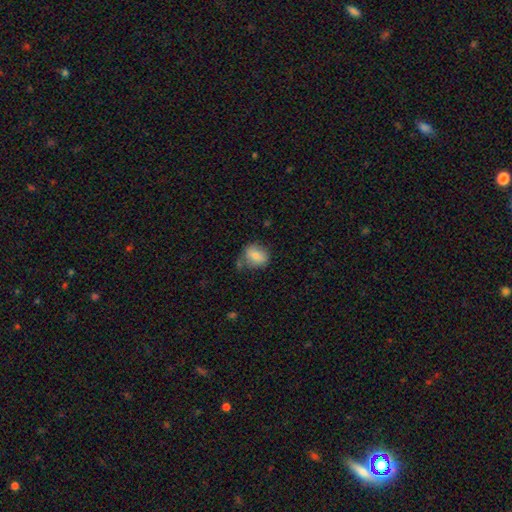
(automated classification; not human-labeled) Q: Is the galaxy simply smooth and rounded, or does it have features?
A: smooth — 79%.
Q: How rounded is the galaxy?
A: round — 49%, tied with in between.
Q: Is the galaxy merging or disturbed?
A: none — 60%.